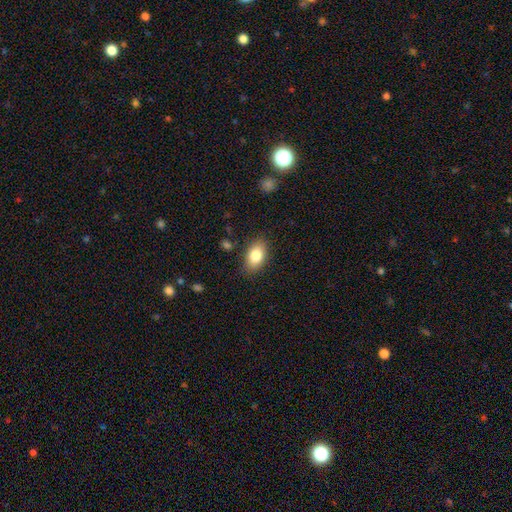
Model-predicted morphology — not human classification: The model was most divided on "smooth or featured": smooth: 83%, featured or disk: 10%, star or artifact: 7%. More confident: how rounded — in between (91%); merging — none (85%).